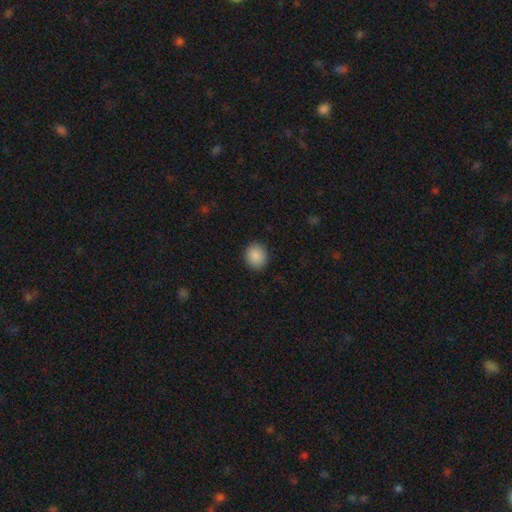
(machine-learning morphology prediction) Overall: smooth (89%). How rounded: round (81%). Merging: none (90%).